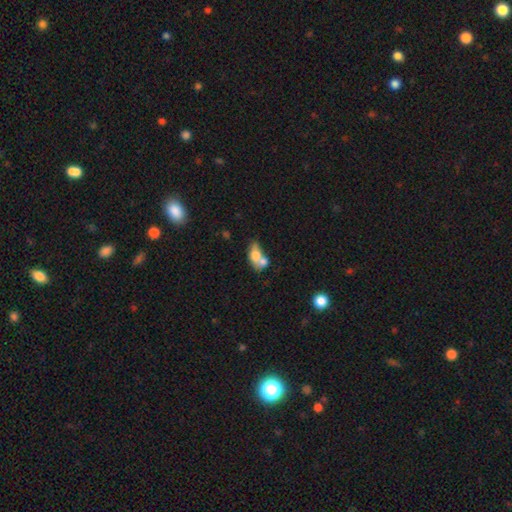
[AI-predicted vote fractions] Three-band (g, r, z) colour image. It shows a smooth galaxy with no disk features (67%) that is in between round and cigar-shaped (78%). Merging: merger (61%).